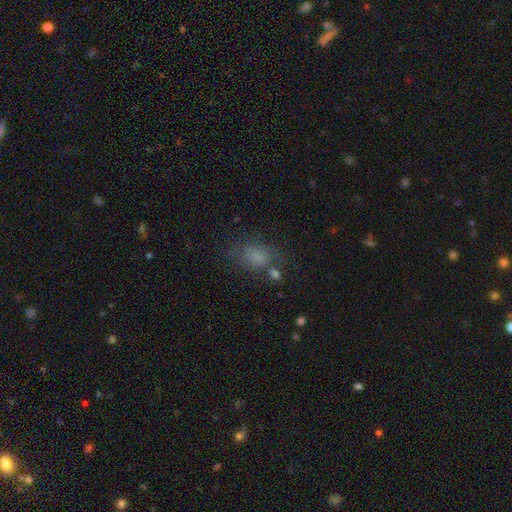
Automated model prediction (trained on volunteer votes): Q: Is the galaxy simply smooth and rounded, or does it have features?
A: smooth — 73%.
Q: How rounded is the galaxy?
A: in between — 74%.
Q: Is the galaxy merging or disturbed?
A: none — 52%.